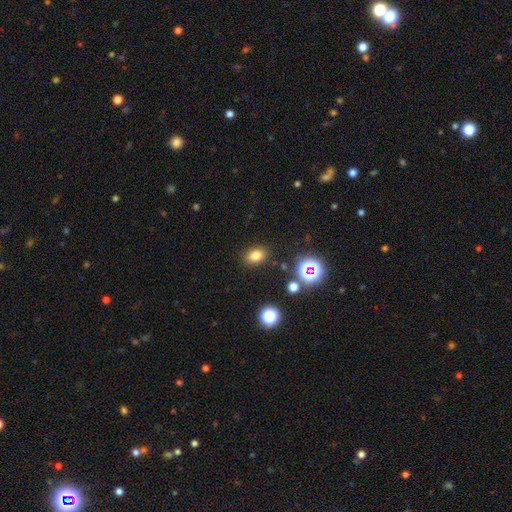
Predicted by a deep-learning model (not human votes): Smooth or featured: smooth — 77% (star or artifact — 16%)
How rounded: in between — 71% (round — 28%)
Merging: none — 86% (minor disturbance — 9%)